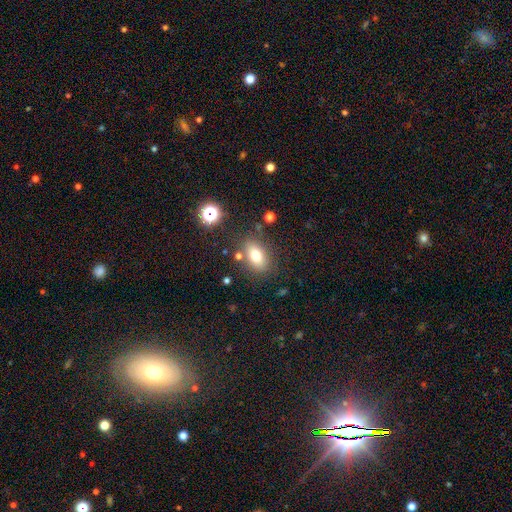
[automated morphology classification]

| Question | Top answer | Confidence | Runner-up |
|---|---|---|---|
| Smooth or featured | smooth | 73% | featured or disk (15%) |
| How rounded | in between | 81% | round (16%) |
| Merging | none | 78% | minor disturbance (12%) |